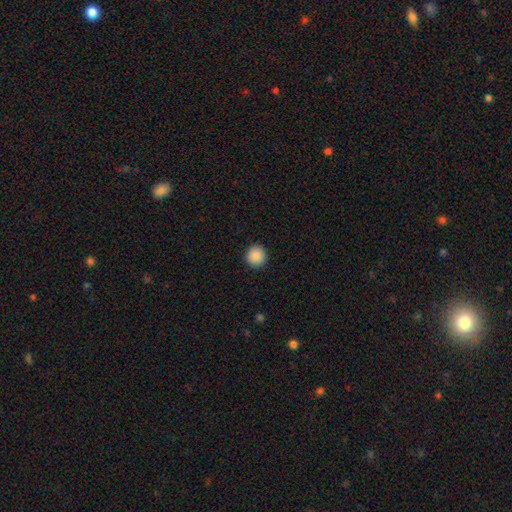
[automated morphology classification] This appears to be a smooth galaxy with no disk features (89%) that is round (93%). Merging: none (93%).